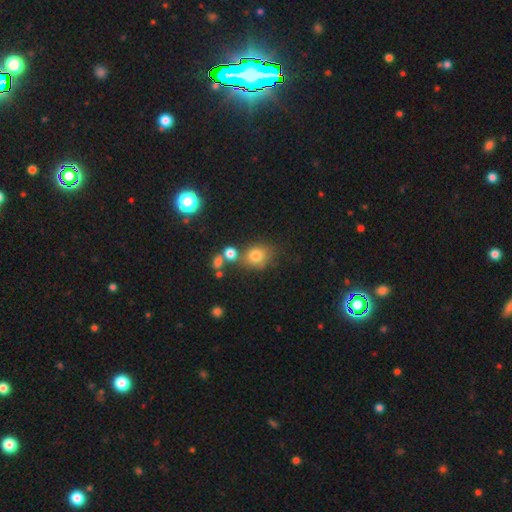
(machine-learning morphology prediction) This is likely a smooth galaxy (77%). How rounded: likely round (69%). Merging: possibly none (58%).